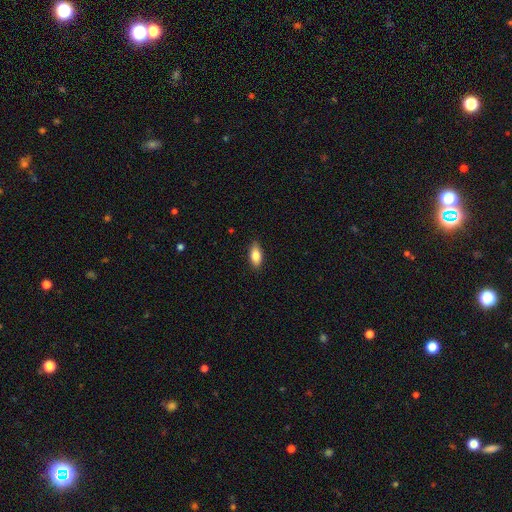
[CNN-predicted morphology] smooth-or-featured: smooth: 82% | featured or disk: 11% | star or artifact: 7%
  how-rounded: in between: 87% | cigar-shaped: 10% | round: 3%
  merging: none: 87% | minor disturbance: 10% | major disturbance: 2% | merger: 1%